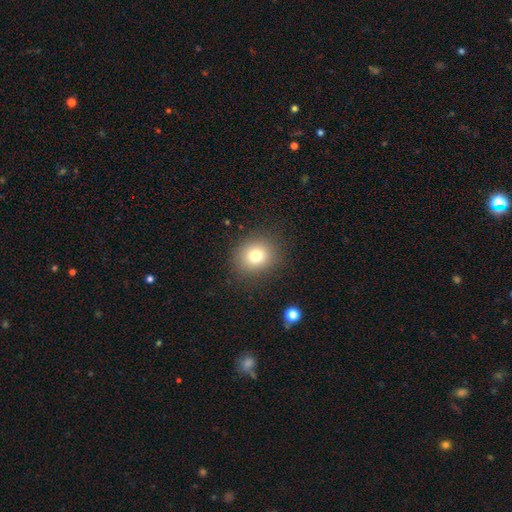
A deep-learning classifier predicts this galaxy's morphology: This is likely a smooth galaxy (76%). How rounded: clearly round (81%). Merging: clearly none (87%).